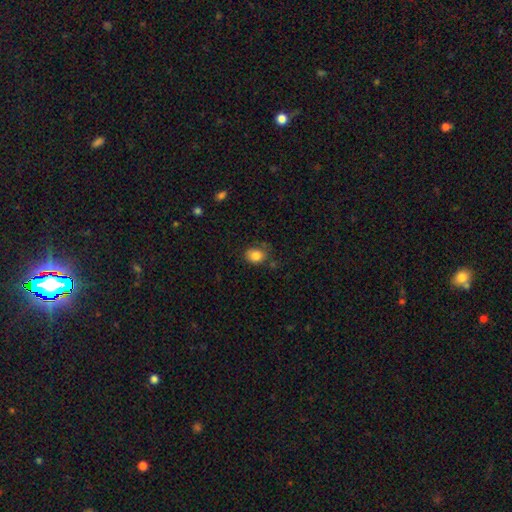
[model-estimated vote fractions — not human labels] Q: Smooth or featured?
A: smooth (84%); runner-up: star or artifact (9%)
Q: How rounded?
A: in between (52%); runner-up: round (47%)
Q: Merging?
A: none (64%); runner-up: minor disturbance (24%)